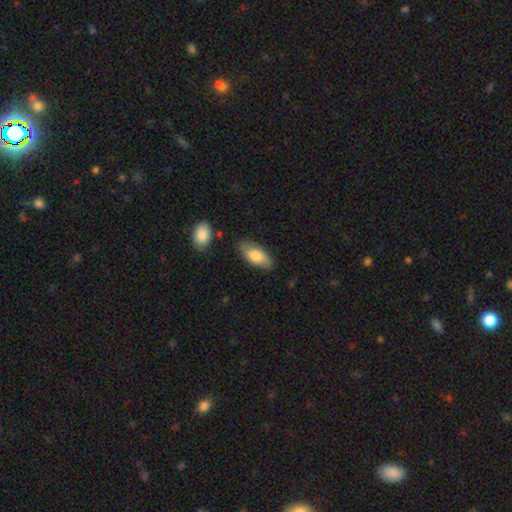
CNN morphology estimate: This appears to be a smooth galaxy with no disk features (73%) that is in between round and cigar-shaped (88%). Merging: none (77%).